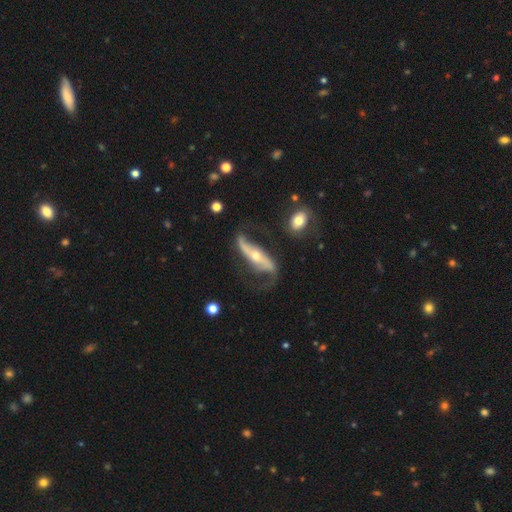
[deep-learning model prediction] The model was most divided on "bulge size": small: 50%, moderate: 45%, large: 2%, dominant: 1%, none: 1%. Remaining: spiral arms — yes (95%); spiral arm count — 2 (92%); smooth or featured — featured or disk (87%); edge-on disk — no (83%); spiral winding — loose (81%); merging — none (61%); bar — strong (46%).